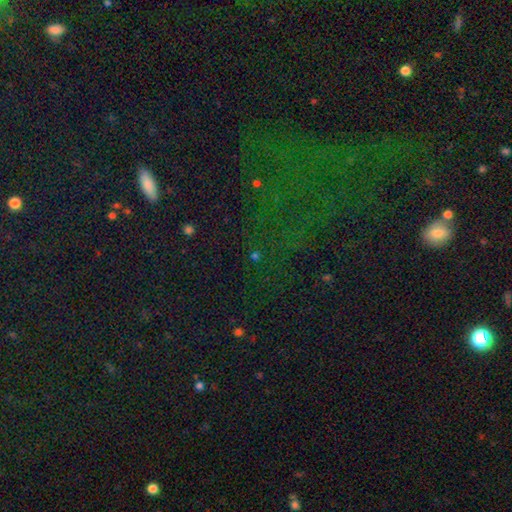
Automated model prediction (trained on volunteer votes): Smooth or featured: star or artifact — 65% (smooth — 28%)